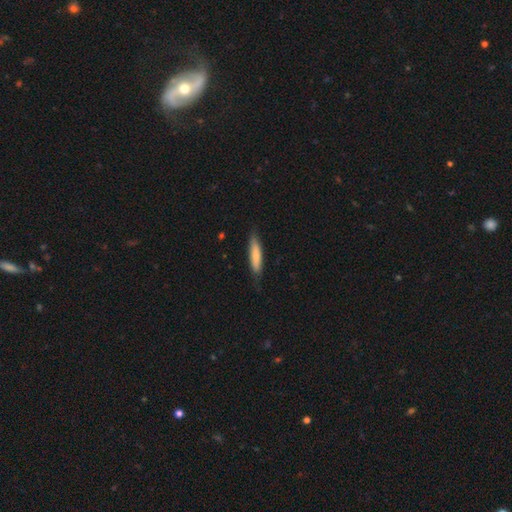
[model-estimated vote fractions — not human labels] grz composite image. It shows a smooth galaxy with no disk features (76%) that is cigar-shaped (79%). Merging: none (77%).